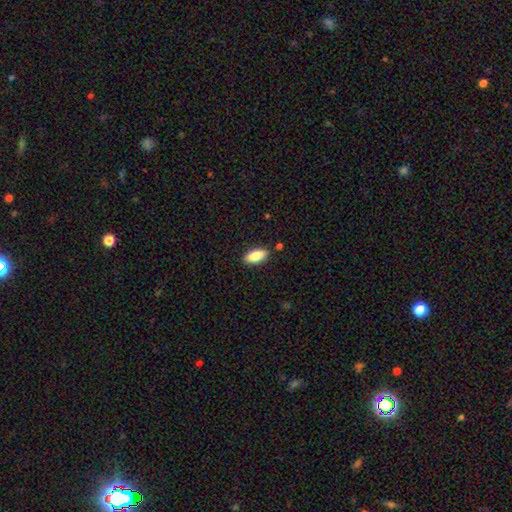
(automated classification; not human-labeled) Smooth or featured?
  - smooth: 84% *
  - featured or disk: 9%
  - star or artifact: 7%
How rounded?
  - in between: 86% *
  - cigar-shaped: 12%
  - round: 2%
Merging?
  - none: 87% *
  - minor disturbance: 9%
  - merger: 2%
  - major disturbance: 2%